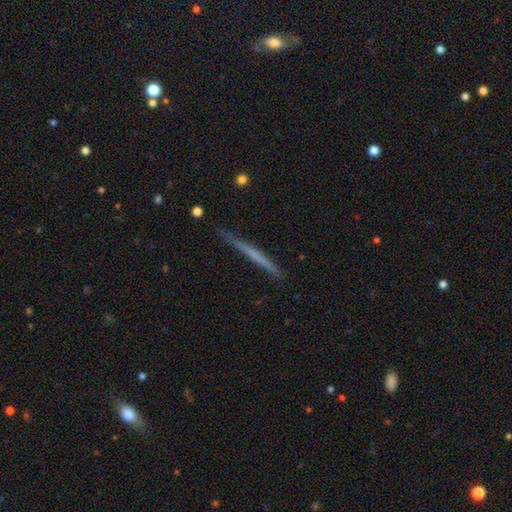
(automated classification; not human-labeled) Smooth or featured? Predicted: featured or disk (p=0.47). Merging? Predicted: none (p=0.85).